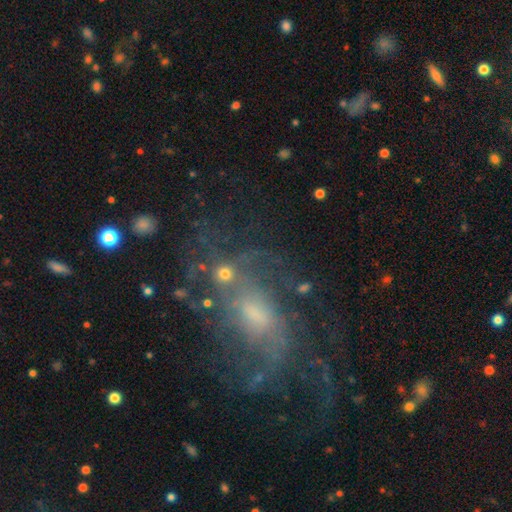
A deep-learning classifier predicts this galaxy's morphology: Smooth or featured? Predicted: featured or disk (p=0.77). Edge-on disk? Predicted: no (p=0.95). Bar? Predicted: no (p=0.58). Spiral arms? Predicted: yes (p=0.89). Spiral winding? Predicted: medium (p=0.42). Spiral arm count? Predicted: can't tell (p=0.38). Bulge size? Predicted: small (p=0.42, tied with moderate). Merging? Predicted: none (p=0.61).